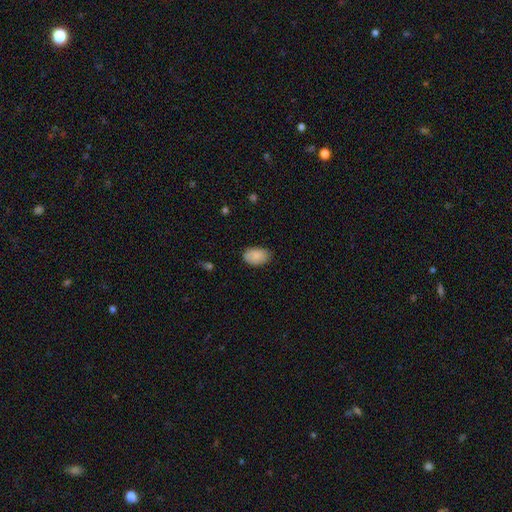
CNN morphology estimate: A smooth galaxy with no disk features (86%) that is in between round and cigar-shaped (90%). Merging: none (78%).